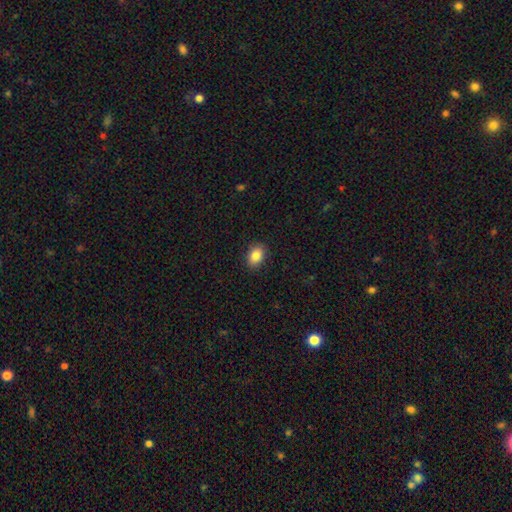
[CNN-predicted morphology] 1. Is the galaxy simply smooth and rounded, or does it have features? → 86% smooth, 8% star or artifact, 5% featured or disk.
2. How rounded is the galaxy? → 77% in between, 22% round, 1% cigar-shaped.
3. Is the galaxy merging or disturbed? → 90% none, 7% minor disturbance, 2% major disturbance, 1% merger.